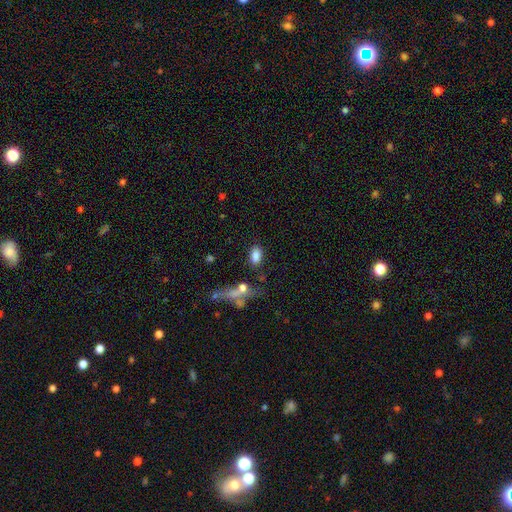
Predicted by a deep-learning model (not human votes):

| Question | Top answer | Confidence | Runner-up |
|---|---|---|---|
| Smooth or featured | smooth | 84% | star or artifact (9%) |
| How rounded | in between | 89% | round (8%) |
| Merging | none | 77% | minor disturbance (12%) |